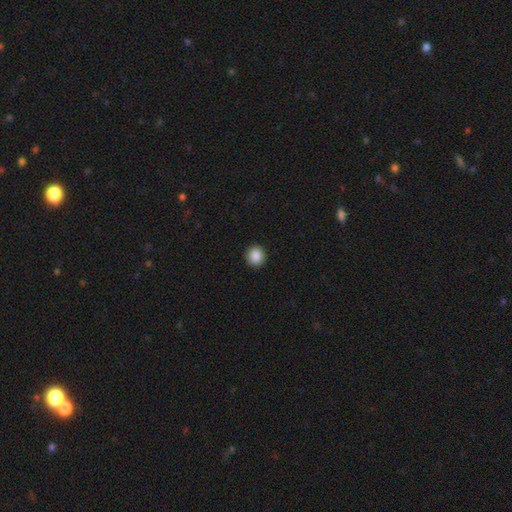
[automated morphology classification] smooth_or_featured: smooth (p=0.87) [alt: star or artifact p=0.09]
how_rounded: round (p=0.91) [alt: in between p=0.08]
merging: none (p=0.93) [alt: minor disturbance p=0.05]